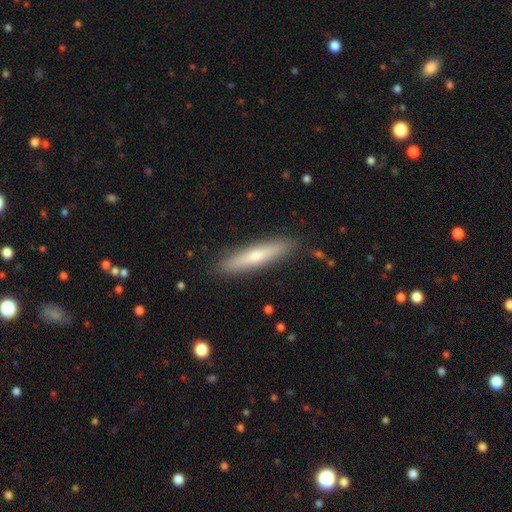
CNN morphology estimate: Smooth or featured: smooth — 58% (featured or disk — 36%)
How rounded: cigar-shaped — 90% (in between — 9%)
Merging: none — 89% (minor disturbance — 8%)